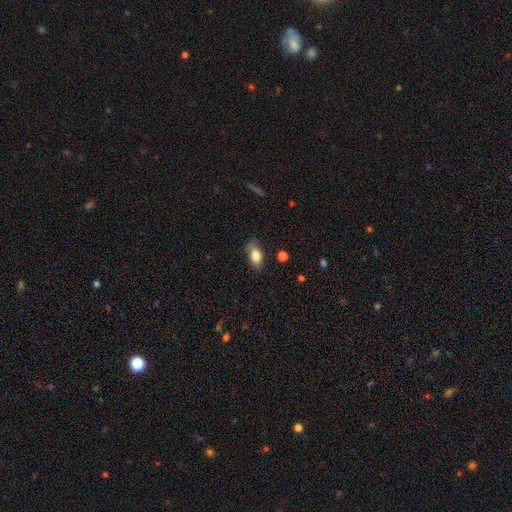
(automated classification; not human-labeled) Smooth or featured: smooth — 79% (featured or disk — 13%)
How rounded: in between — 87% (cigar-shaped — 8%)
Merging: none — 69% (minor disturbance — 23%)